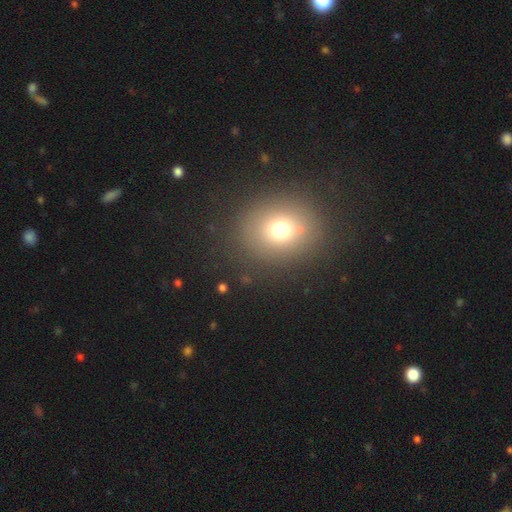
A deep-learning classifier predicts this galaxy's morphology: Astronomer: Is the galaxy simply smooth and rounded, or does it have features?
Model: smooth — 67%.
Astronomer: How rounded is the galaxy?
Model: round — 61% (runner-up: in between, 38%).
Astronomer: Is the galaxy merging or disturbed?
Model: none — 90%.